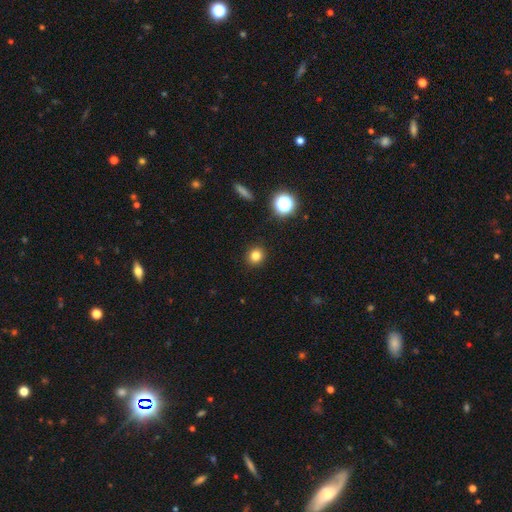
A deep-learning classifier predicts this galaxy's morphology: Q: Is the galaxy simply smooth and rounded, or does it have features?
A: smooth — 81%.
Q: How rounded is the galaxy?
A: round — 86%.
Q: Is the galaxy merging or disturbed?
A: none — 92%.